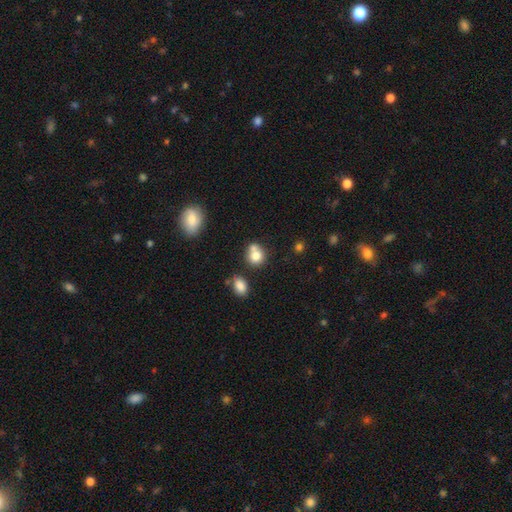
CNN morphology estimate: A smooth galaxy with no disk features (78%) that is round (73%).

Vote fractions:
- Smooth or featured? smooth: 78% / featured or disk: 12% / star or artifact: 11%
- How rounded? round: 73% / in between: 25% / cigar-shaped: 1%
- Merging? merger: 42% / none: 41% / minor disturbance: 12% / major disturbance: 4%